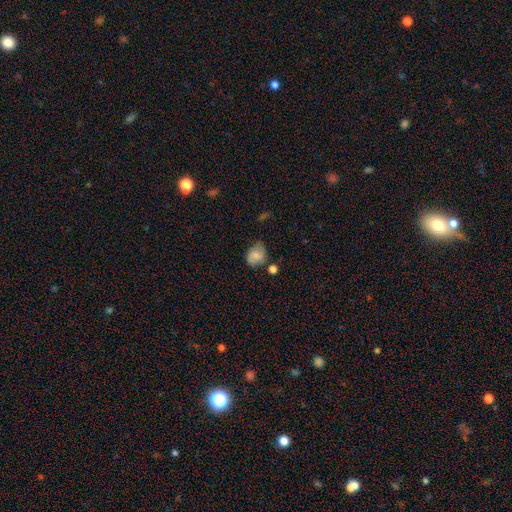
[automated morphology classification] This is likely a smooth galaxy (69%). How rounded: possibly round (56%). Merging: likely none (60%).